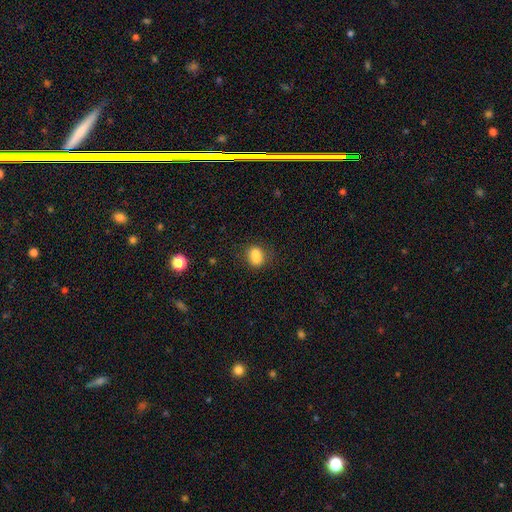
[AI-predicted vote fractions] Q: Smooth or featured?
A: smooth (73%); runner-up: featured or disk (16%)
Q: How rounded?
A: round (56%); runner-up: in between (42%)
Q: Merging?
A: merger (50%); runner-up: none (36%)